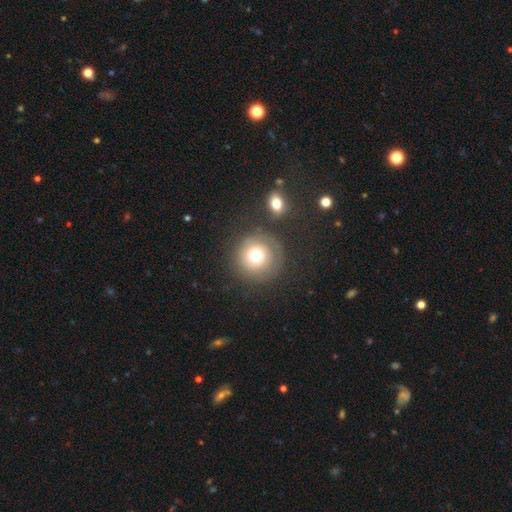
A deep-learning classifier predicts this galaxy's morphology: smooth-or-featured: smooth: 64% | featured or disk: 27% | star or artifact: 9%
  how-rounded: round: 94% | in between: 5% | cigar-shaped: 1%
  merging: none: 73% | minor disturbance: 12% | major disturbance: 9% | merger: 6%